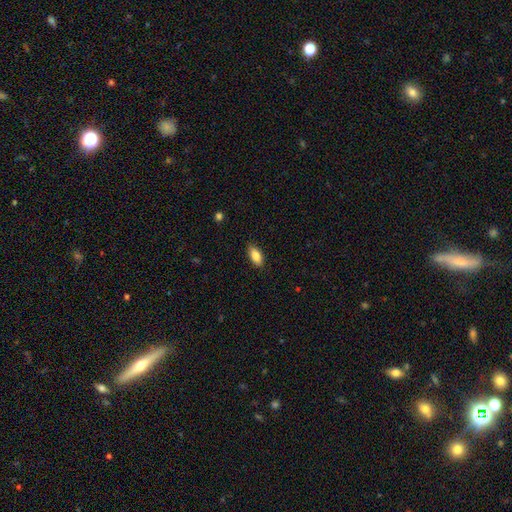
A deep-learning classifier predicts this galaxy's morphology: smooth 85%, featured or disk 8%, star or artifact 7%. Down the decision tree: how rounded — in between (87%); merging — none (86%).